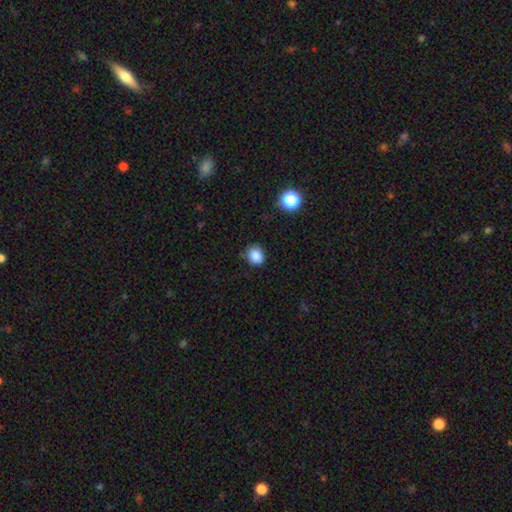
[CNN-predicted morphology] Smooth or featured?
  - smooth: 84% *
  - star or artifact: 12%
  - featured or disk: 4%
How rounded?
  - round: 70% *
  - in between: 29%
  - cigar-shaped: 1%
Merging?
  - none: 78% *
  - minor disturbance: 16%
  - major disturbance: 3%
  - merger: 2%